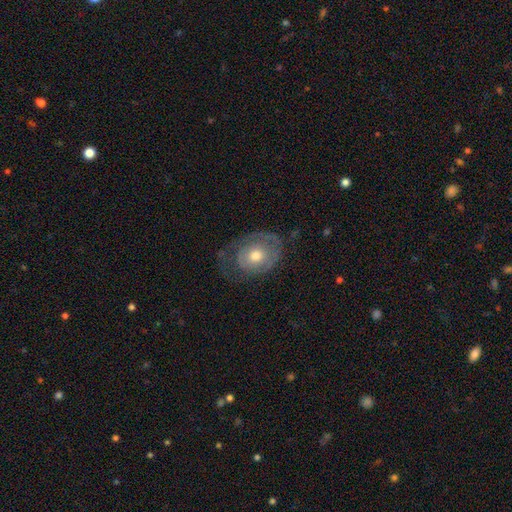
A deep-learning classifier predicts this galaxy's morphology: featured or disk 58%, smooth 35%, star or artifact 7%. Down the decision tree: edge-on disk — no (95%); bar — no (85%); spiral arms — yes (59%); bulge size — moderate (67%); merging — none (51%).